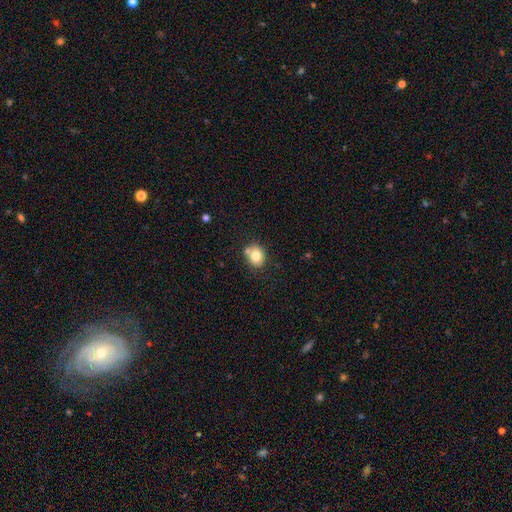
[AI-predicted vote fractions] A smooth galaxy with no disk features (79%) that is round (64%). Merging: none (64%).